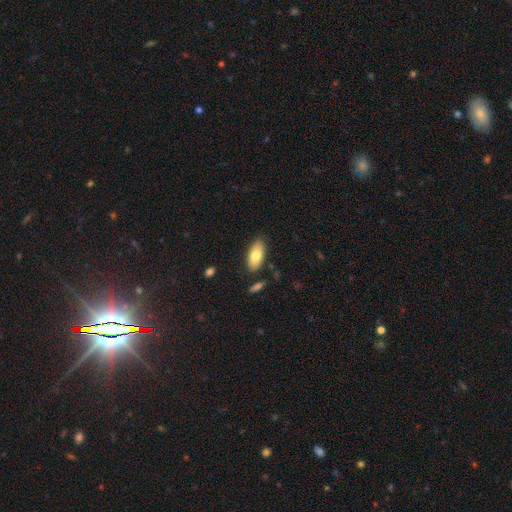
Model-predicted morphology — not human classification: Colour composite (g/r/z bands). It shows a smooth galaxy with no disk features (80%) that is in between round and cigar-shaped (90%). Merging: none (83%).